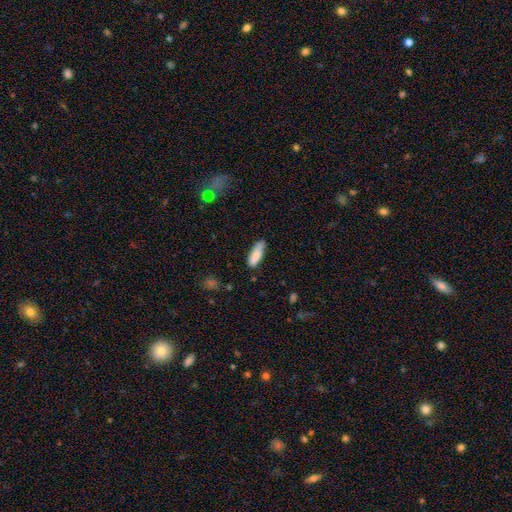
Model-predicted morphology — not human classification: smooth-or-featured: smooth: 84% | featured or disk: 9% | star or artifact: 7%
  how-rounded: in between: 54% | cigar-shaped: 44% | round: 2%
  merging: none: 64% | minor disturbance: 28% | major disturbance: 6% | merger: 3%